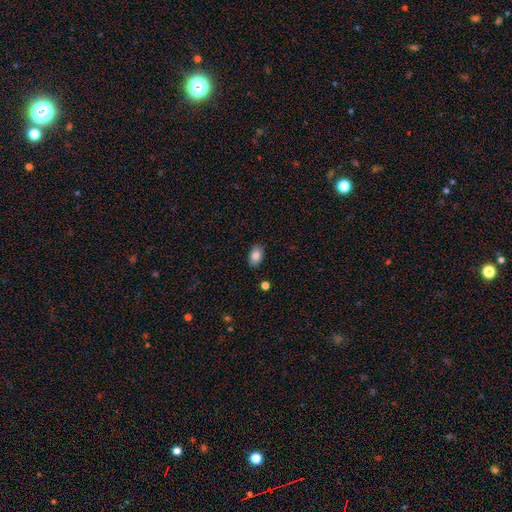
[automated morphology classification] A smooth galaxy with no disk features (83%) that is in between round and cigar-shaped (86%). Merging: none (87%).